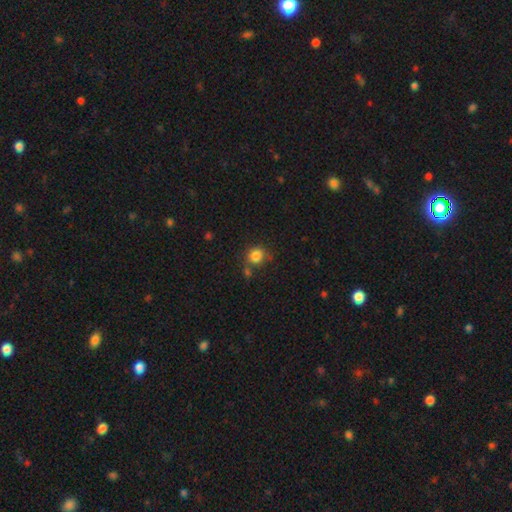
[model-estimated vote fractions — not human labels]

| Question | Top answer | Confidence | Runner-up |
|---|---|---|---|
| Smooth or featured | smooth | 84% | star or artifact (11%) |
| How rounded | round | 85% | in between (14%) |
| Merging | none | 66% | minor disturbance (15%) |